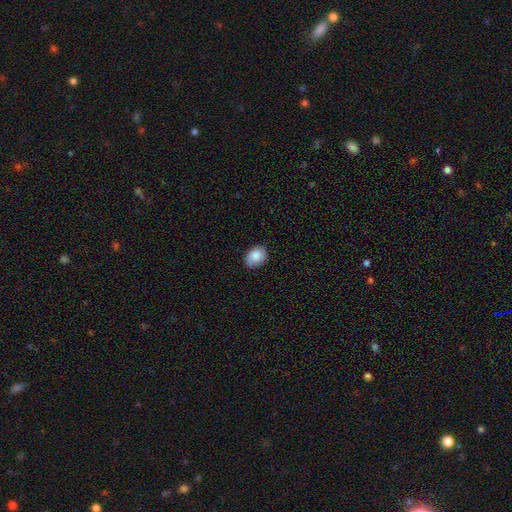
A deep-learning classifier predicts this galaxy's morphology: Smooth or featured? smooth (85%)
How rounded? in between (69%)
Merging? none (84%)